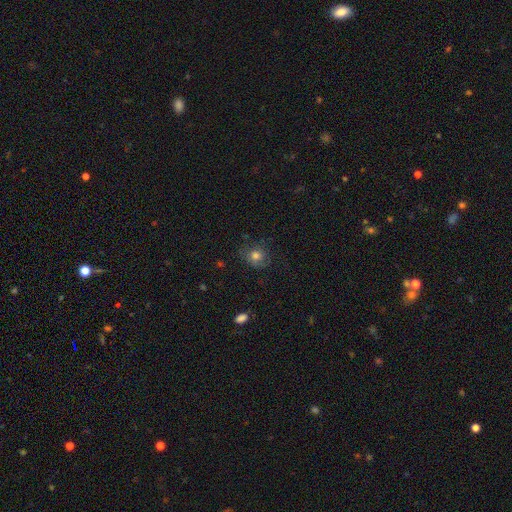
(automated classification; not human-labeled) A smooth galaxy with no disk features (71%) that is round (77%). Merging: none (69%).